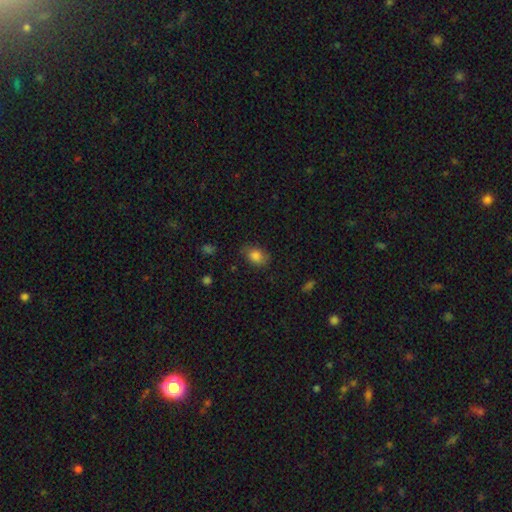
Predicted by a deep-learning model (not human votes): Smooth or featured?
  - smooth: 83% *
  - star or artifact: 9%
  - featured or disk: 8%
How rounded?
  - in between: 79% *
  - round: 19%
  - cigar-shaped: 2%
Merging?
  - none: 73% *
  - minor disturbance: 20%
  - major disturbance: 5%
  - merger: 1%